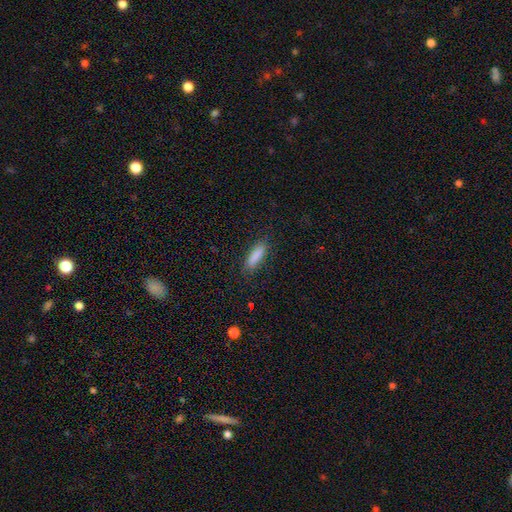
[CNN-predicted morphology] type=smooth (86%); roundness=cigar-shaped (60%); merging=none (84%).